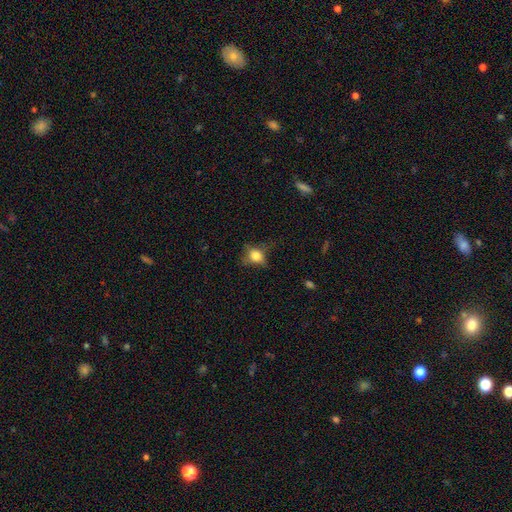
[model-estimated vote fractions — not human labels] smooth 71%, featured or disk 17%, star or artifact 12%. Down the decision tree: how rounded — in between (54%); merging — none (55%).